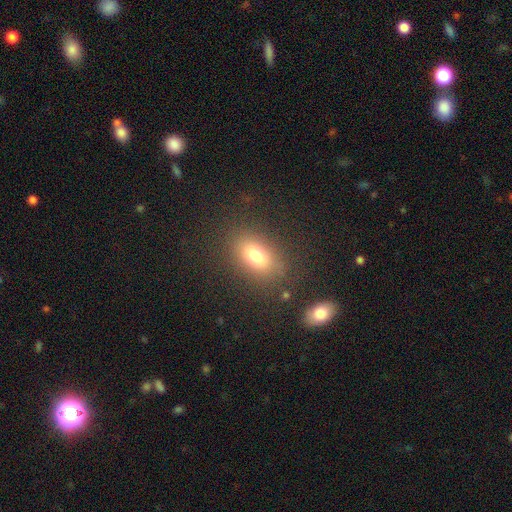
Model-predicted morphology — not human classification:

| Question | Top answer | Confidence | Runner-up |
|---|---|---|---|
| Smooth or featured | smooth | 74% | featured or disk (13%) |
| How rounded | in between | 79% | round (18%) |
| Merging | none | 83% | minor disturbance (10%) |